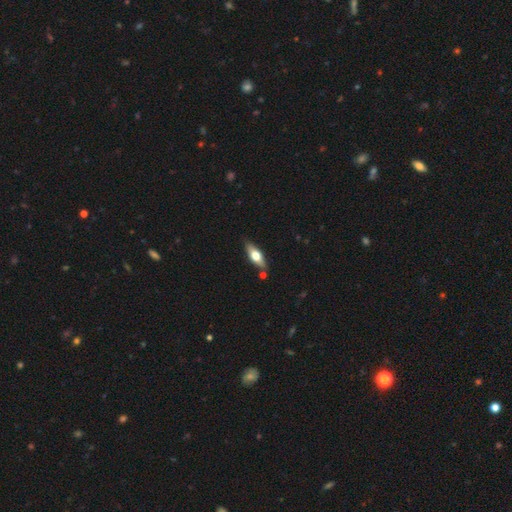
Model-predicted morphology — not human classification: smooth-or-featured: smooth: 50% | featured or disk: 44% | star or artifact: 6%
  merging: none: 80% | minor disturbance: 12% | merger: 5% | major disturbance: 3%